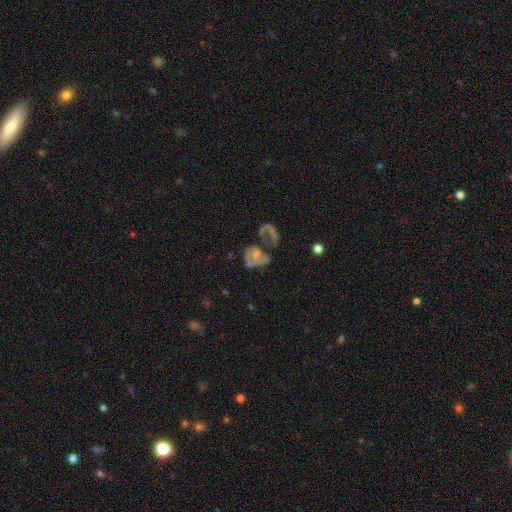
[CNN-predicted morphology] Q: Smooth or featured?
A: featured or disk (51%); runner-up: smooth (38%)
Q: Edge-on disk?
A: no (97%); runner-up: yes (3%)
Q: Merging?
A: major disturbance (40%); runner-up: merger (25%)